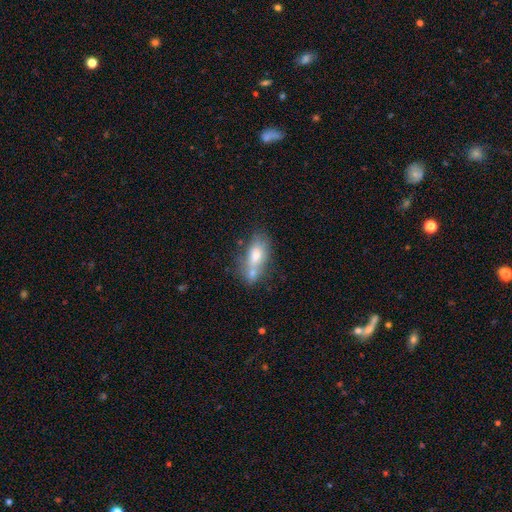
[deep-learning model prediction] smooth_or_featured: smooth (p=0.66) [alt: featured or disk p=0.25]
how_rounded: in between (p=0.78) [alt: cigar-shaped p=0.16]
merging: merger (p=0.39) [alt: none p=0.37]